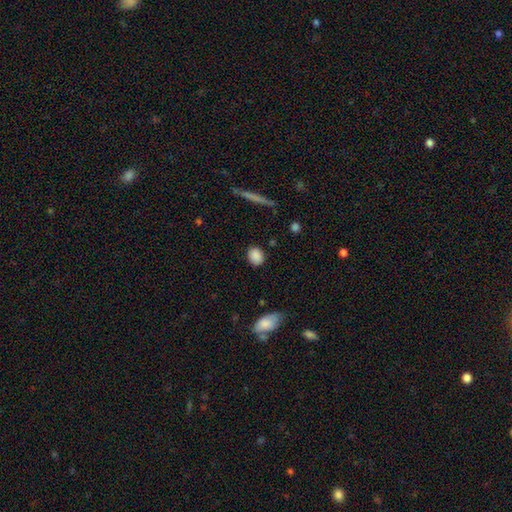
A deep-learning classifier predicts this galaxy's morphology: Overall: smooth (87%). How rounded: in between (52%; round 46%). Merging: none (85%).